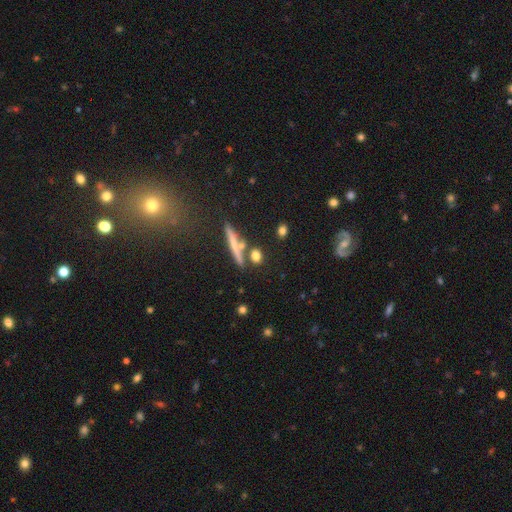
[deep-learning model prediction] Morphology: type=smooth (72%); roundness=round (49%); merging=none (71%).